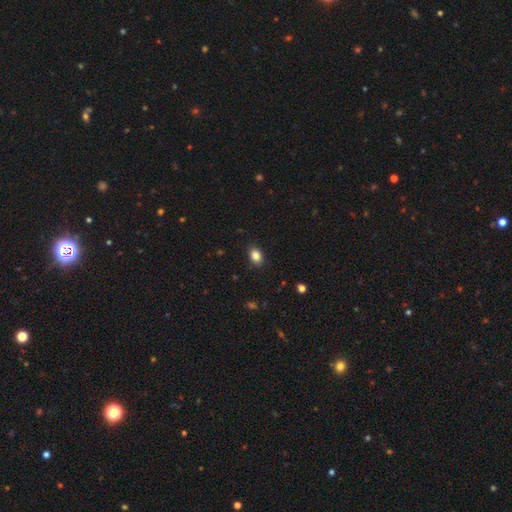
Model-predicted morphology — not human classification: Smooth or featured? Predicted: smooth (p=0.85). How rounded? Predicted: in between (p=0.78). Merging? Predicted: none (p=0.88).